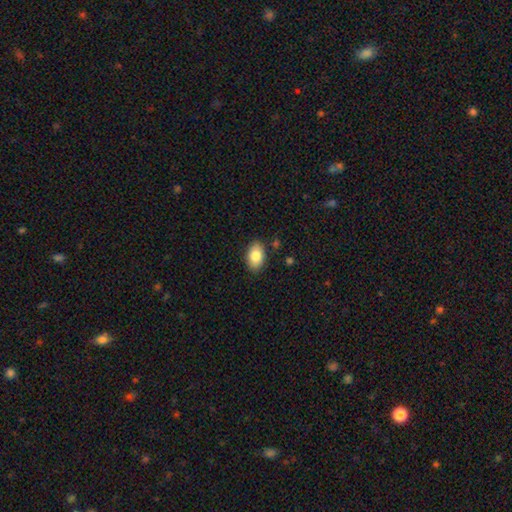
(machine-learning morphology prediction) smooth 82%, featured or disk 11%, star or artifact 7%. Down the decision tree: how rounded — in between (91%); merging — none (86%).